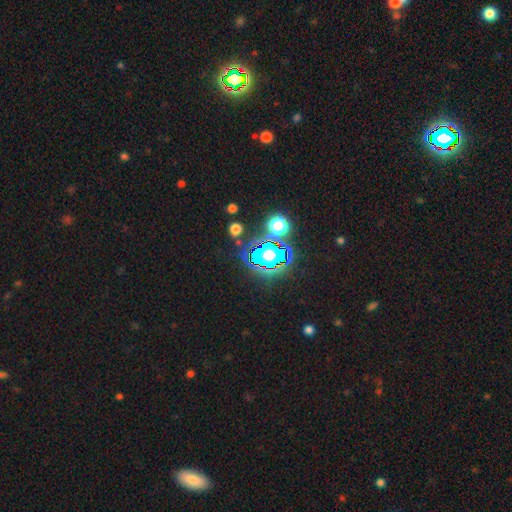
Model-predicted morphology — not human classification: A star or artifact, not a galaxy (82%).